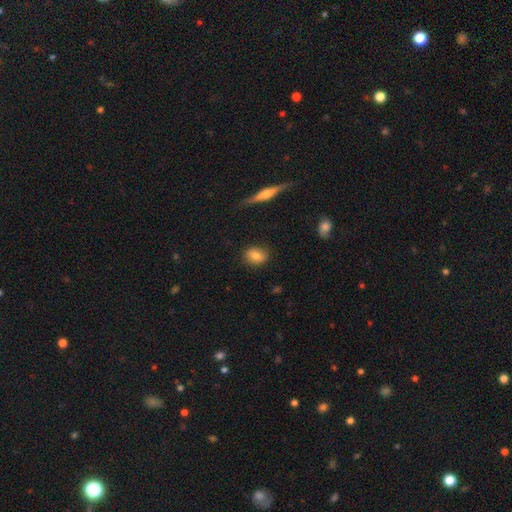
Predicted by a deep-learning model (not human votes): This is likely a smooth galaxy (79%). How rounded: likely in between (62%). Merging: clearly none (85%).